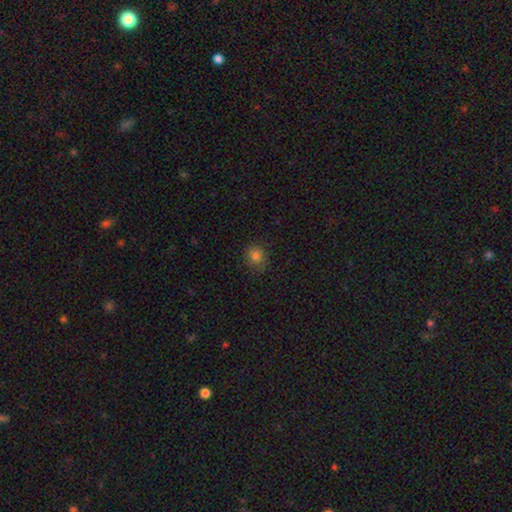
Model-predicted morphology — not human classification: Q: Smooth or featured?
A: smooth (80%); runner-up: star or artifact (14%)
Q: How rounded?
A: round (75%); runner-up: in between (24%)
Q: Merging?
A: none (79%); runner-up: minor disturbance (17%)